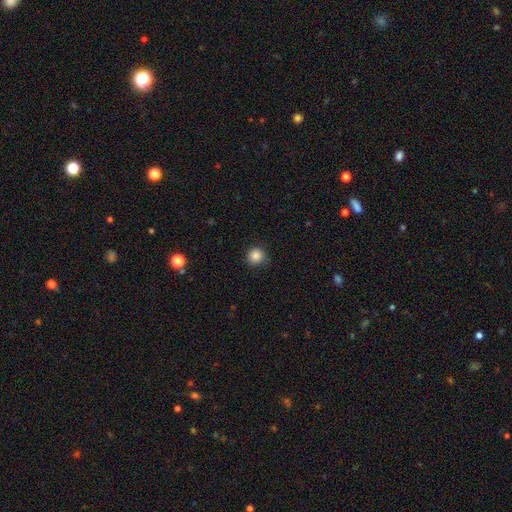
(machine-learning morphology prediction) smooth 85%, star or artifact 11%, featured or disk 4%. Down the decision tree: how rounded — round (93%); merging — none (85%).